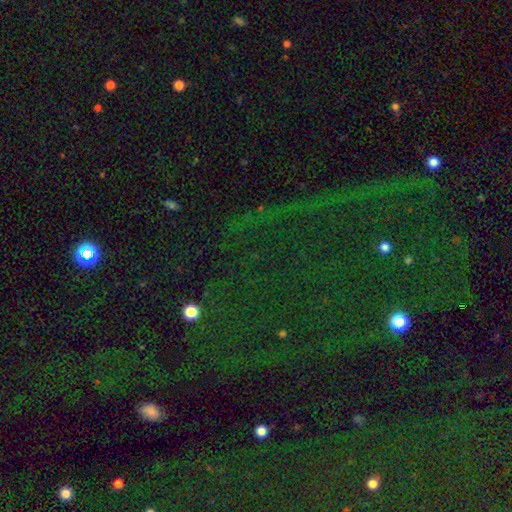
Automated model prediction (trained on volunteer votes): star or artifact 79%, smooth 12%, featured or disk 9%.